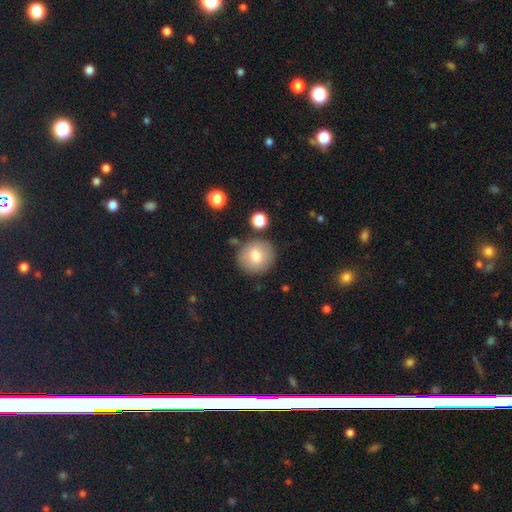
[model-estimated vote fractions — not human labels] Overall: smooth (77%). How rounded: round (90%). Merging: none (82%).